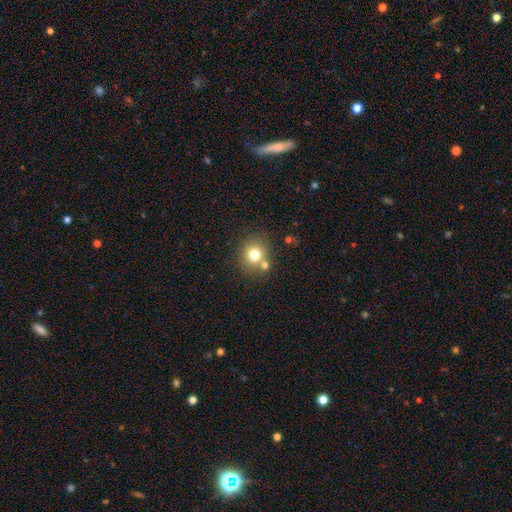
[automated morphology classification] type=smooth (73%); roundness=round (85%); merging=none (67%).